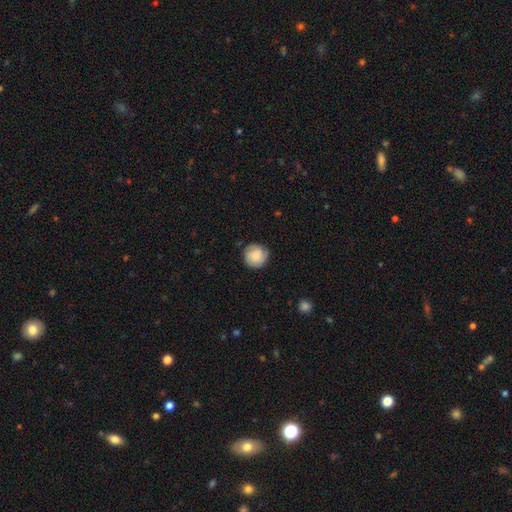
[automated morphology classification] A smooth galaxy with no disk features (73%) that is round (93%). Merging: none (83%).